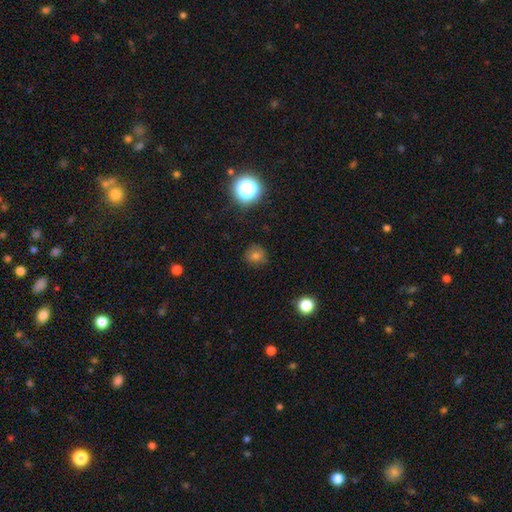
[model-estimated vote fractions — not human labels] Q: Smooth or featured?
A: smooth (73%); runner-up: star or artifact (19%)
Q: How rounded?
A: round (87%); runner-up: in between (12%)
Q: Merging?
A: none (82%); runner-up: minor disturbance (13%)